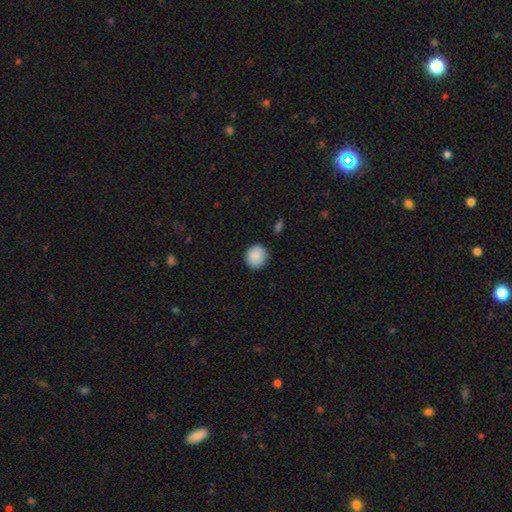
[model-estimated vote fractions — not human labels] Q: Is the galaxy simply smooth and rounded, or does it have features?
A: smooth — 89%.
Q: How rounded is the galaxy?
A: round — 89%.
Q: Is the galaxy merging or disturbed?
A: none — 88%.